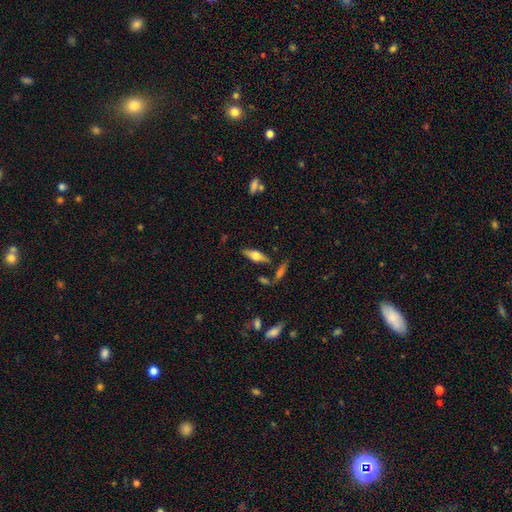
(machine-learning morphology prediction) Q: Smooth or featured?
A: featured or disk (51%); runner-up: smooth (41%)
Q: Edge-on disk?
A: yes (91%); runner-up: no (9%)
Q: Merging?
A: none (77%); runner-up: minor disturbance (13%)